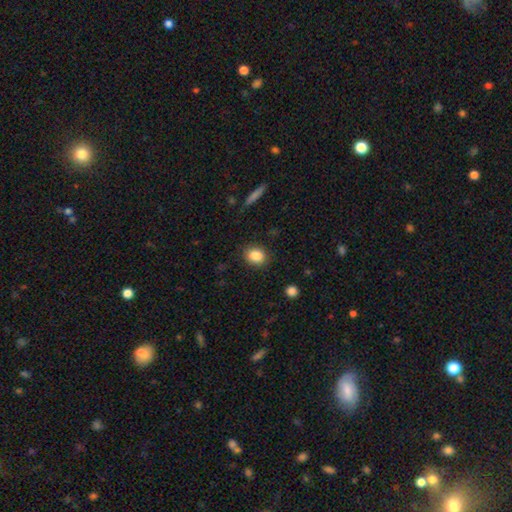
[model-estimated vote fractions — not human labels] A smooth galaxy with no disk features (85%) that is round (55%). Merging: none (87%).